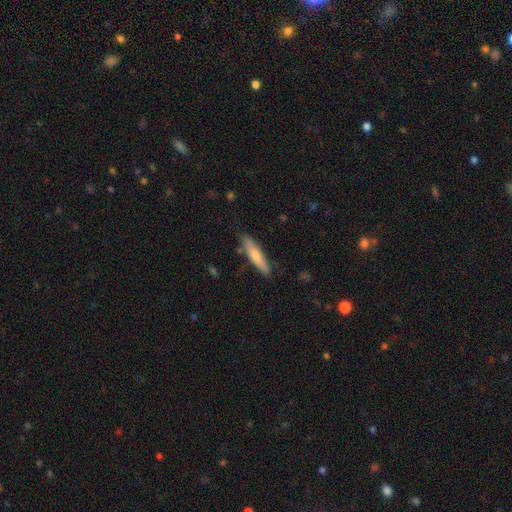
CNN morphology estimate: smooth 67%, featured or disk 28%, star or artifact 5%. Down the decision tree: how rounded — cigar-shaped (84%); merging — none (83%).